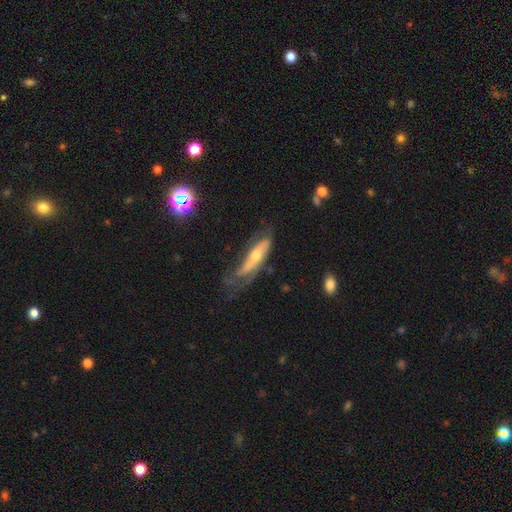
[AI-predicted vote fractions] Smooth or featured: featured or disk — 60% (smooth — 33%)
Edge-on disk: no — 52% (yes — 48%)
Merging: none — 38% (major disturbance — 30%)